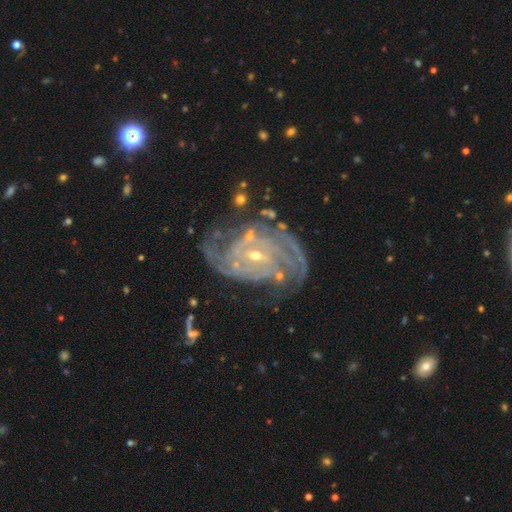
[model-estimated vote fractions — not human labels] A featured or disk galaxy (90%) with a weak bar (44%), 2 (30%) tight (60%) spiral arms (97%) and a small central bulge (70%). Merging: none (60%).